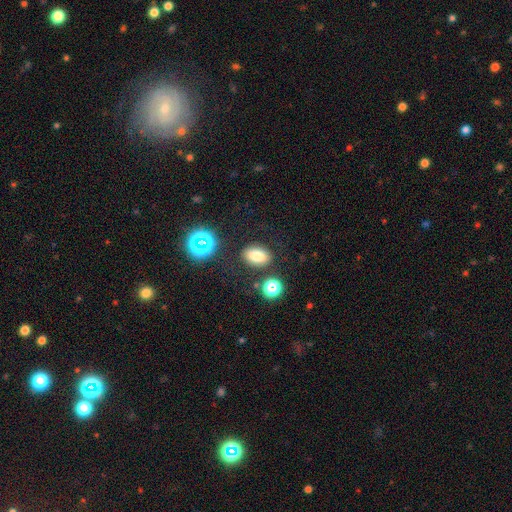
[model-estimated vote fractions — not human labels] smooth_or_featured: smooth (p=0.77) [alt: star or artifact p=0.15]
how_rounded: in between (p=0.80) [alt: round p=0.18]
merging: none (p=0.82) [alt: minor disturbance p=0.10]